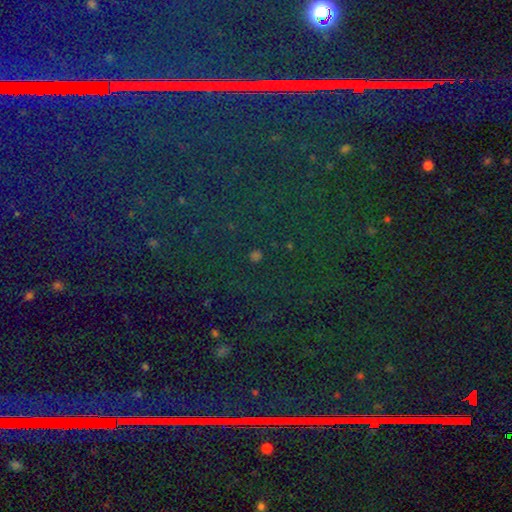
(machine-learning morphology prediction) smooth_or_featured: star or artifact (p=0.57) [alt: smooth p=0.35]